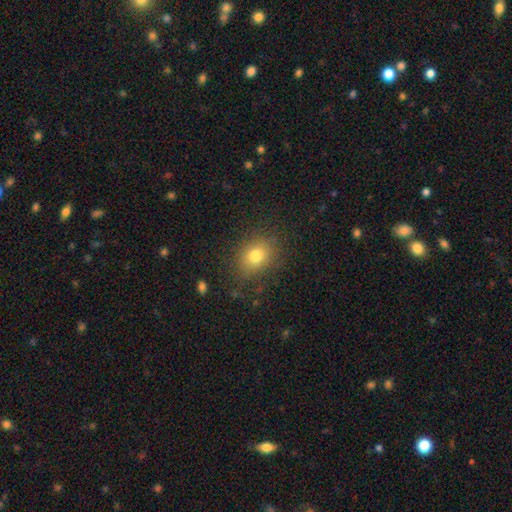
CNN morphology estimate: Smooth or featured? smooth (78%)
How rounded? in between (54%)
Merging? none (82%)